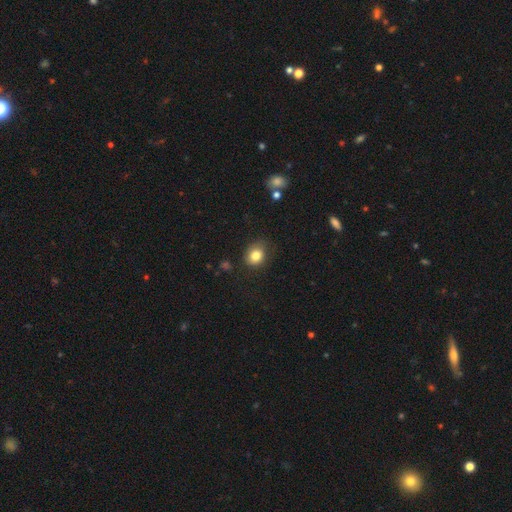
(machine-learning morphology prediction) This appears to be a smooth galaxy with no disk features (82%) that is round (53%). Merging: none (72%).